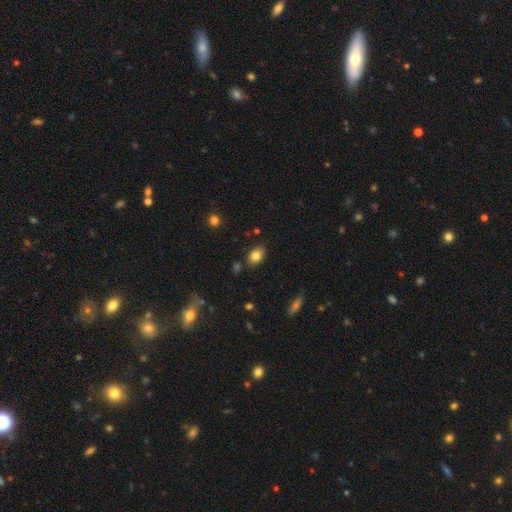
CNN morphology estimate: Smooth or featured? Predicted: smooth (p=0.82). How rounded? Predicted: in between (p=0.73). Merging? Predicted: none (p=0.81).